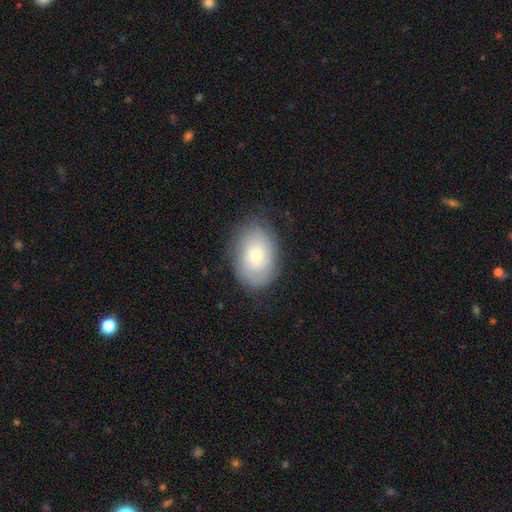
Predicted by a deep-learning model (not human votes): Smooth or featured? Predicted: featured or disk (p=0.48). Merging? Predicted: none (p=0.78).